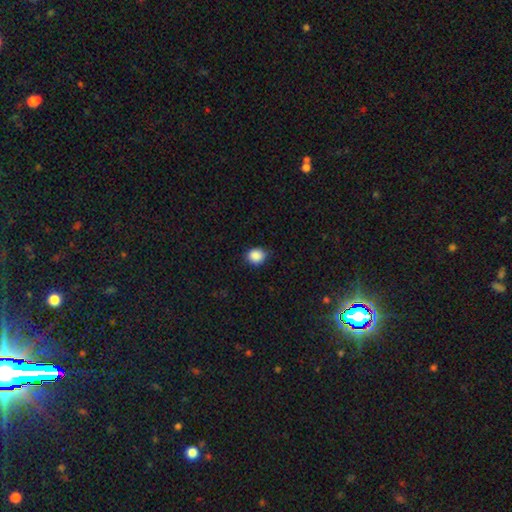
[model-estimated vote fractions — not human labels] Overall: smooth (88%). How rounded: round (77%). Merging: none (85%).